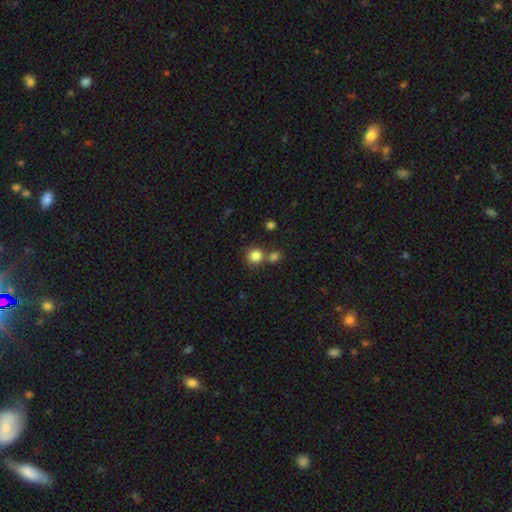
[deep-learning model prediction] Smooth or featured? smooth (83%)
How rounded? round (90%)
Merging? none (66%)